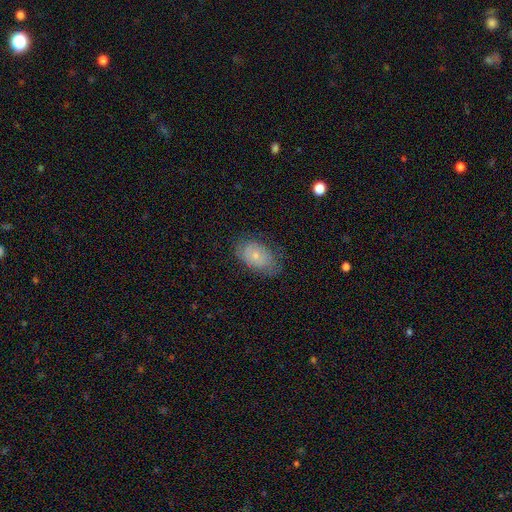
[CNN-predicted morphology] Smooth or featured?
  - smooth: 56% *
  - featured or disk: 36%
  - star or artifact: 8%
How rounded?
  - in between: 88% *
  - round: 10%
  - cigar-shaped: 1%
Merging?
  - none: 68% *
  - minor disturbance: 23%
  - major disturbance: 9%
  - merger: 1%